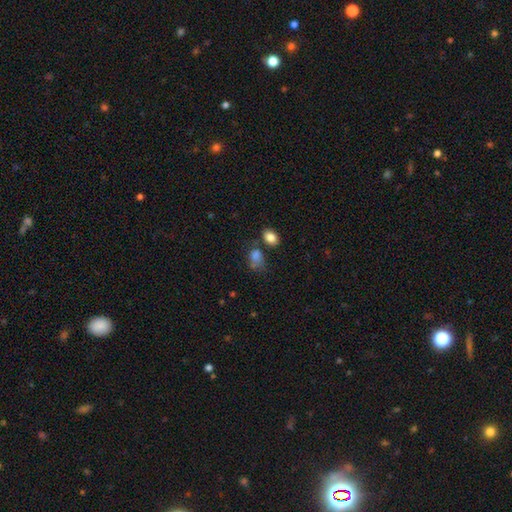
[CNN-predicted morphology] Smooth or featured? smooth (80%)
How rounded? in between (72%)
Merging? none (43%)